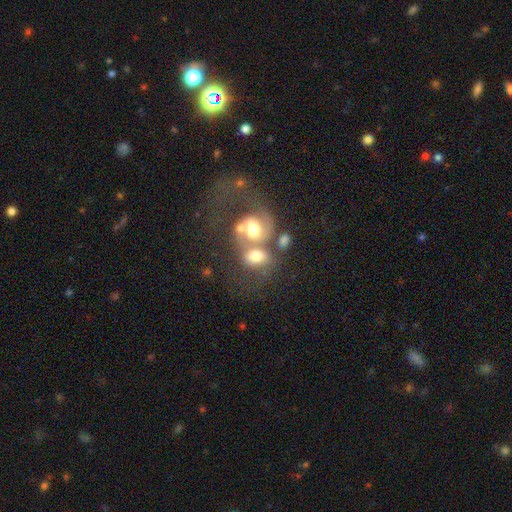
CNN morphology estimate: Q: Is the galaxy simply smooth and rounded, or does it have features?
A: featured or disk — 54%.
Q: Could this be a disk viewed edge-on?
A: no — 96%.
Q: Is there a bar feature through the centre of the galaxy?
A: no — 66%.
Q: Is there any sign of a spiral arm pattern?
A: yes — 72%.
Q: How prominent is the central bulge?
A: moderate — 54%.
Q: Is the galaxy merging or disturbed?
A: merger — 67%.